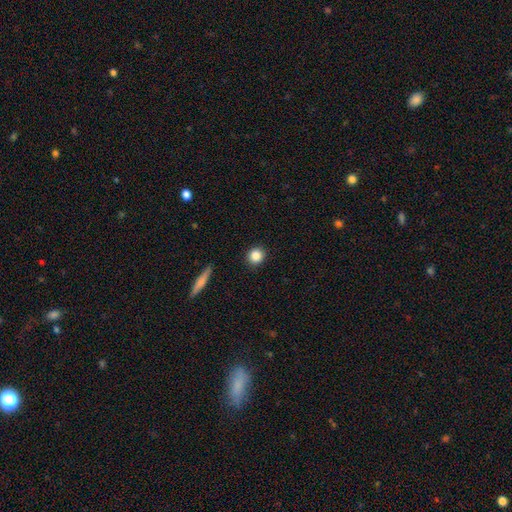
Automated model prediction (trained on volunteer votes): smooth_or_featured: smooth (p=0.85) [alt: star or artifact p=0.09]
how_rounded: round (p=0.89) [alt: in between p=0.09]
merging: none (p=0.91) [alt: minor disturbance p=0.06]